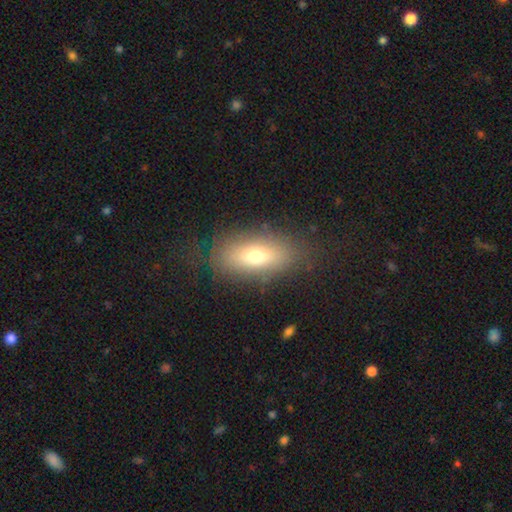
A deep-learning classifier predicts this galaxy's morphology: Overall: smooth (68%). How rounded: in between (82%). Merging: none (79%).